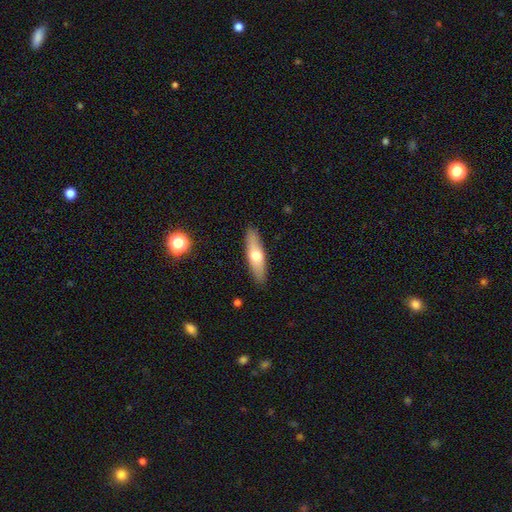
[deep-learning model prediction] This is possibly a smooth galaxy (57%). How rounded: likely cigar-shaped (62%). Merging: clearly none (89%).